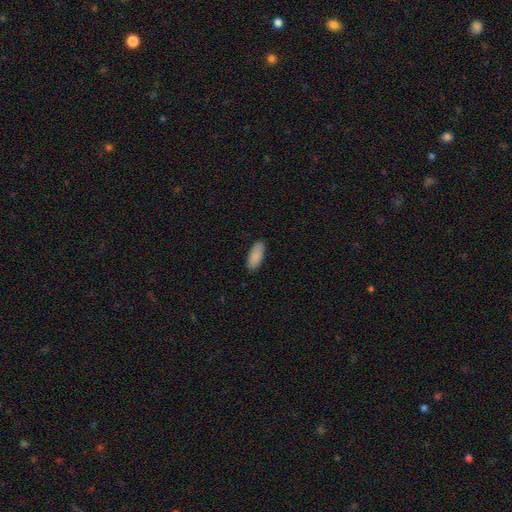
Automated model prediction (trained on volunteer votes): smooth-or-featured: smooth: 89% | star or artifact: 6% | featured or disk: 5%
  how-rounded: in between: 83% | cigar-shaped: 15% | round: 2%
  merging: none: 88% | minor disturbance: 9% | major disturbance: 2% | merger: 1%